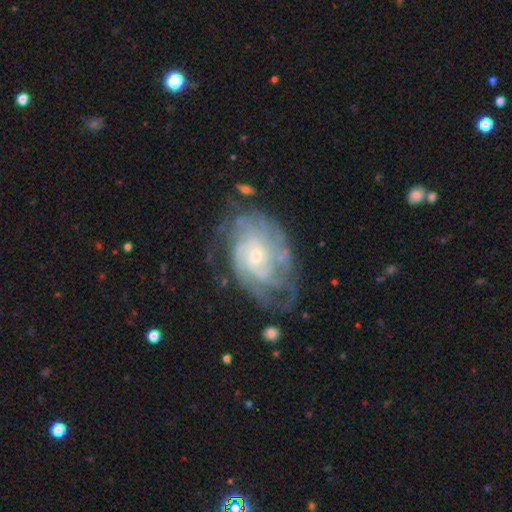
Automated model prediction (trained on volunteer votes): Smooth or featured?
  - featured or disk: 85% *
  - smooth: 9%
  - star or artifact: 6%
Edge-on disk?
  - no: 96% *
  - yes: 4%
Bar?
  - no: 74% *
  - weak: 21%
  - strong: 4%
Spiral arms?
  - yes: 93% *
  - no: 7%
Spiral winding?
  - tight: 66% *
  - medium: 27%
  - loose: 7%
Spiral arm count?
  - can't tell: 40% *
  - 4: 18%
  - 3: 13%
  - 2: 12%
  - more than 4: 11%
  - 1: 5%
Bulge size?
  - small: 73% *
  - moderate: 23%
  - large: 2%
  - none: 2%
  - dominant: 1%
Merging?
  - none: 63% *
  - minor disturbance: 21%
  - major disturbance: 13%
  - merger: 2%